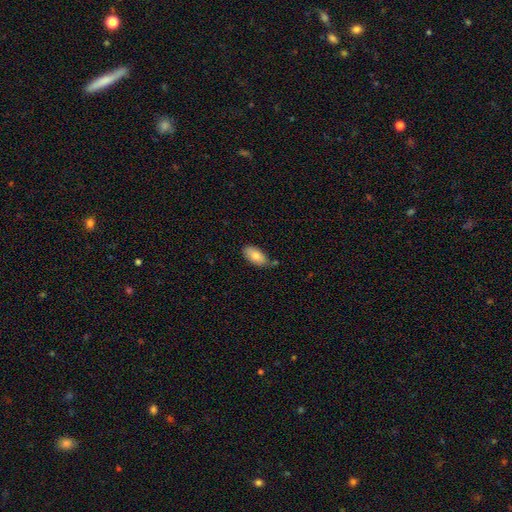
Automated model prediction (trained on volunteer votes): smooth 81%, featured or disk 12%, star or artifact 7%. Down the decision tree: how rounded — in between (93%); merging — none (66%).